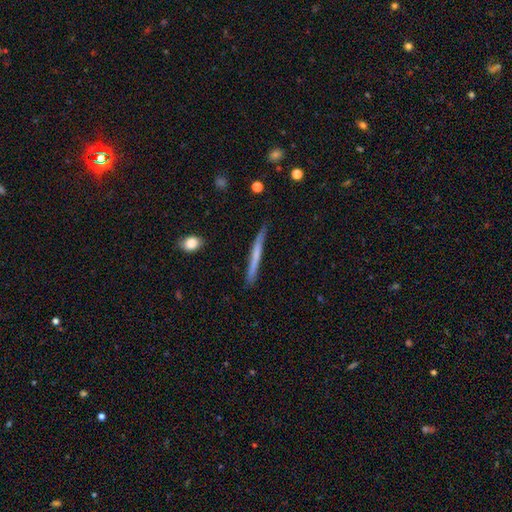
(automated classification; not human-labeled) Overall: smooth (51%; featured or disk 43%). How rounded: cigar-shaped (96%). Merging: none (86%).